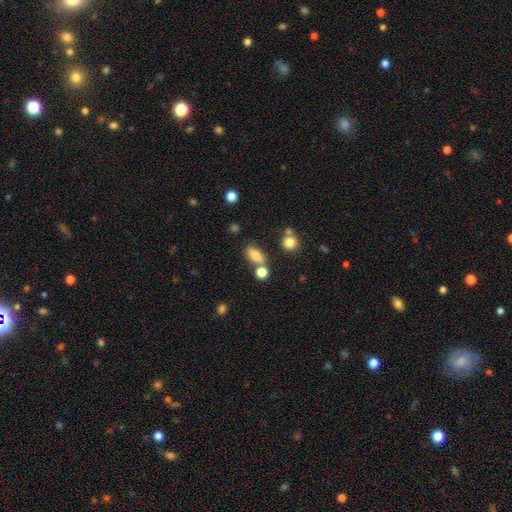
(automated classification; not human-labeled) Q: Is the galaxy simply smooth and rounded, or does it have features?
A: smooth — 78%.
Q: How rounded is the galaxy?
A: in between — 75%.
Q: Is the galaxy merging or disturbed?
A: none — 61%.